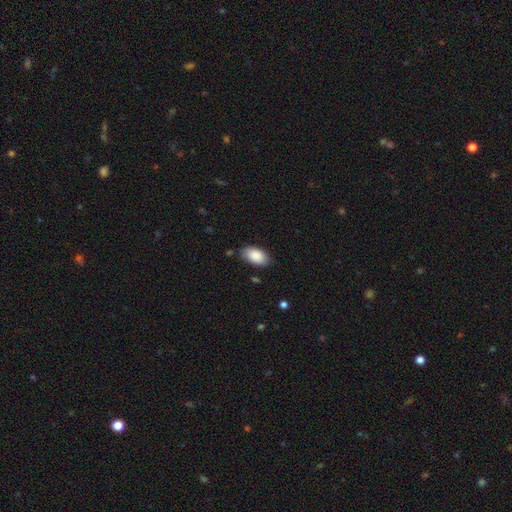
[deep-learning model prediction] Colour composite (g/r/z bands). It shows a smooth galaxy with no disk features (89%) that is in between round and cigar-shaped (94%). Merging: none (80%).